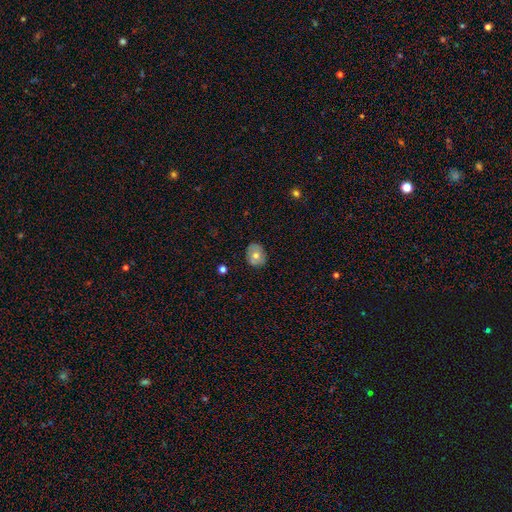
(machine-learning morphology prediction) smooth 65%, featured or disk 26%, star or artifact 9%. Down the decision tree: how rounded — round (52%); merging — none (80%).